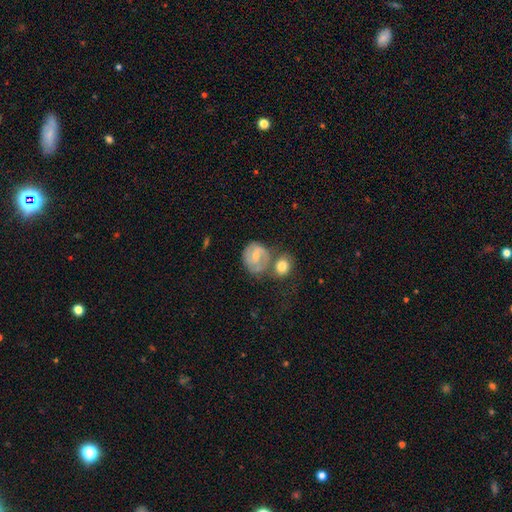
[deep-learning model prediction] Smooth or featured?
  - featured or disk: 54% *
  - smooth: 38%
  - star or artifact: 7%
Edge-on disk?
  - no: 97% *
  - yes: 3%
Bar?
  - weak: 51% *
  - no: 32%
  - strong: 17%
Spiral arms?
  - yes: 78% *
  - no: 22%
Bulge size?
  - small: 47% * (tied)
  - moderate: 47% * (tied)
  - none: 3%
  - large: 2%
  - dominant: 1%
Merging?
  - none: 45% *
  - merger: 29%
  - minor disturbance: 18%
  - major disturbance: 8%